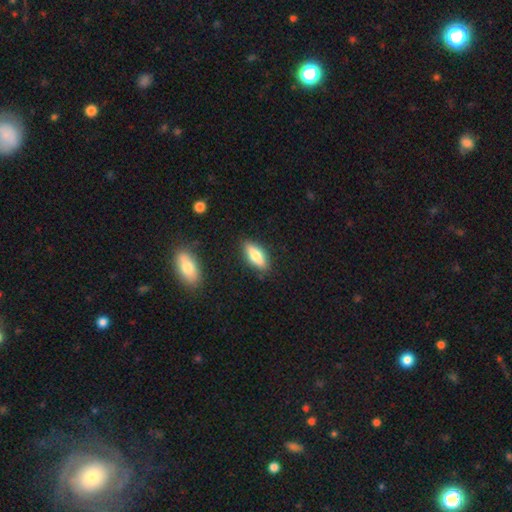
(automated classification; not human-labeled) A smooth galaxy with no disk features (67%) that is in between round and cigar-shaped (64%).

Vote fractions:
- Smooth or featured? smooth: 67% / featured or disk: 27% / star or artifact: 6%
- How rounded? in between: 64% / cigar-shaped: 33% / round: 3%
- Merging? none: 85% / minor disturbance: 10% / major disturbance: 2% / merger: 2%